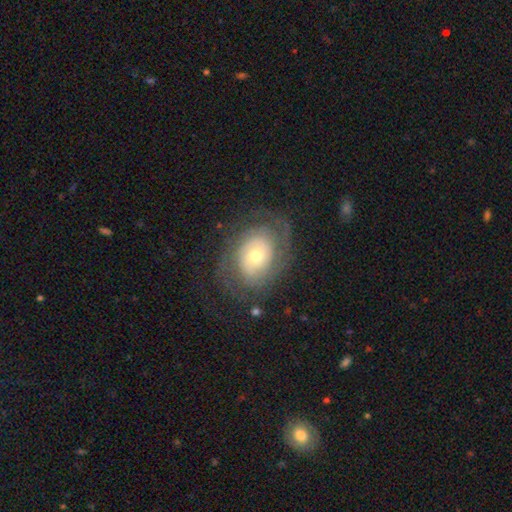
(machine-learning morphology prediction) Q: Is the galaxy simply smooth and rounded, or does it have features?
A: featured or disk — 72%.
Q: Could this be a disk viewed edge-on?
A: no — 96%.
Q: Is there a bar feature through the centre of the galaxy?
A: no — 73%.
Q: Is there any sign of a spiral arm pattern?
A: yes — 83%.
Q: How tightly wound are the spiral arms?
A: tight — 59%.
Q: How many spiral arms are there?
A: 2 — 46%.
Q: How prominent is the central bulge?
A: moderate — 53%.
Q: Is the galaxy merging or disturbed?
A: none — 72%.